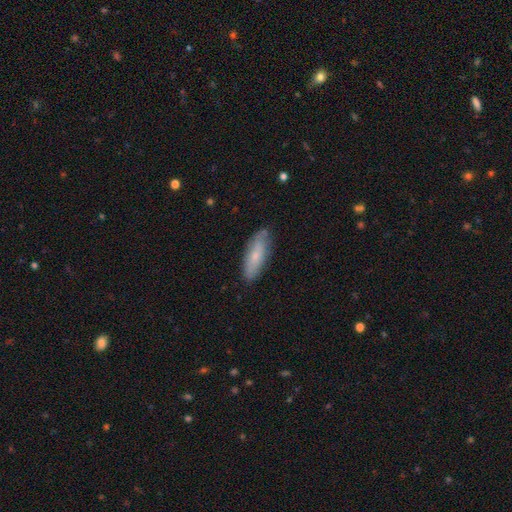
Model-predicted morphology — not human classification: type=smooth (66%); roundness=in between (60%); merging=none (79%).